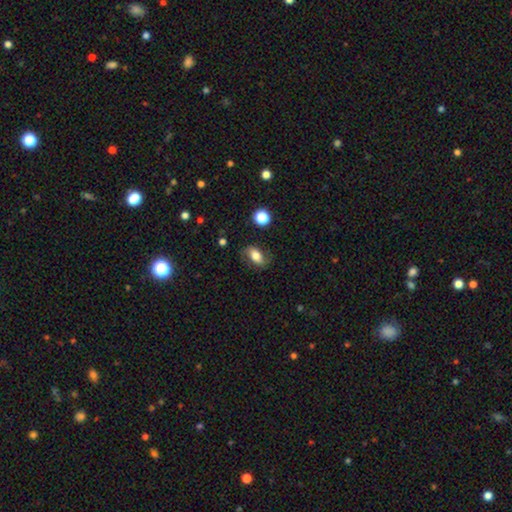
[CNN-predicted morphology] Smooth or featured: smooth — 66% (featured or disk — 24%)
How rounded: in between — 84% (round — 11%)
Merging: none — 74% (minor disturbance — 18%)